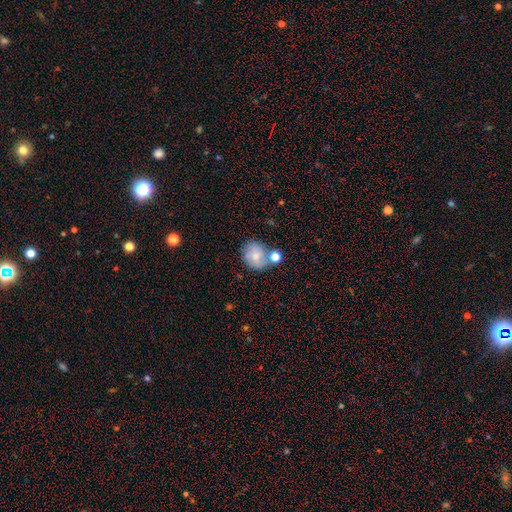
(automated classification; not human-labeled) smooth 71%, featured or disk 20%, star or artifact 10%. Down the decision tree: how rounded — round (64%); merging — none (52%).